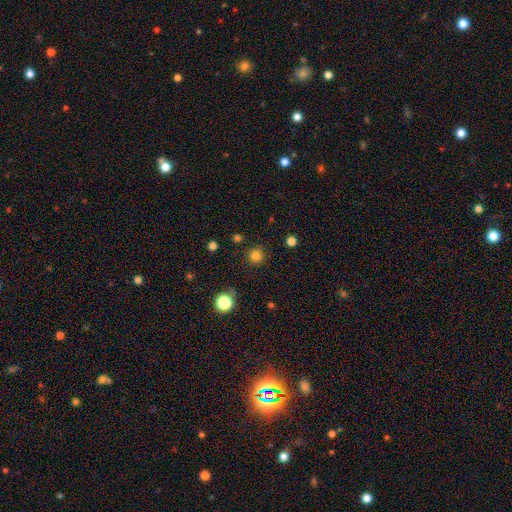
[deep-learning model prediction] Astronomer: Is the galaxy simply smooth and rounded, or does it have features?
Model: smooth — 81%.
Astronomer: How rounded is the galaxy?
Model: round — 95%.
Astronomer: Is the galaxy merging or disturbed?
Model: none — 89%.